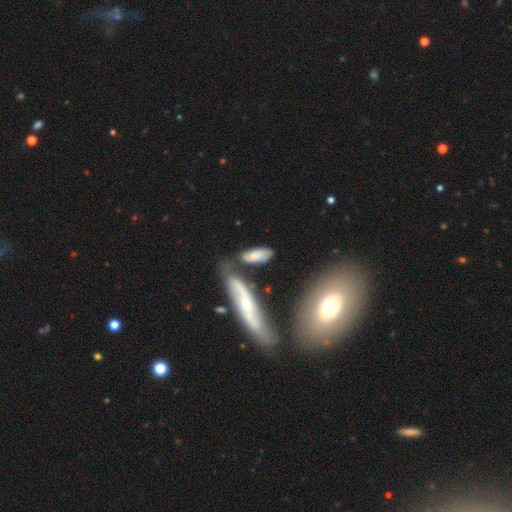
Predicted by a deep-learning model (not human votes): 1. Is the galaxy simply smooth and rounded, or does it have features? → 66% smooth, 27% featured or disk, 7% star or artifact.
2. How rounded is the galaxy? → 77% in between, 20% cigar-shaped, 3% round.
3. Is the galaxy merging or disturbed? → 53% none, 20% minor disturbance, 19% merger, 8% major disturbance.